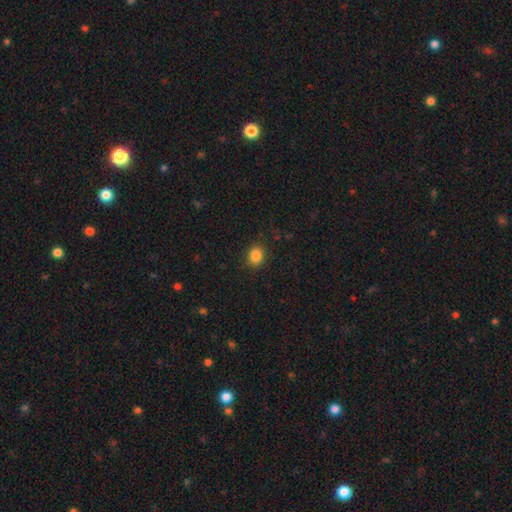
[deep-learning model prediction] smooth 85%, star or artifact 11%, featured or disk 5%. Down the decision tree: how rounded — round (62%); merging — none (88%).